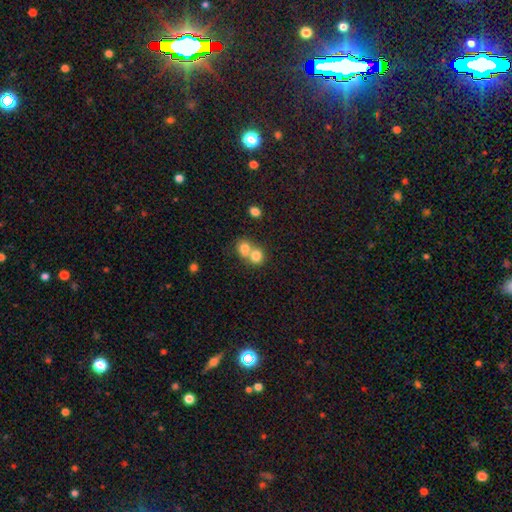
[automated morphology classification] Smooth or featured? Predicted: smooth (p=0.76). How rounded? Predicted: round (p=0.72). Merging? Predicted: merger (p=0.64).